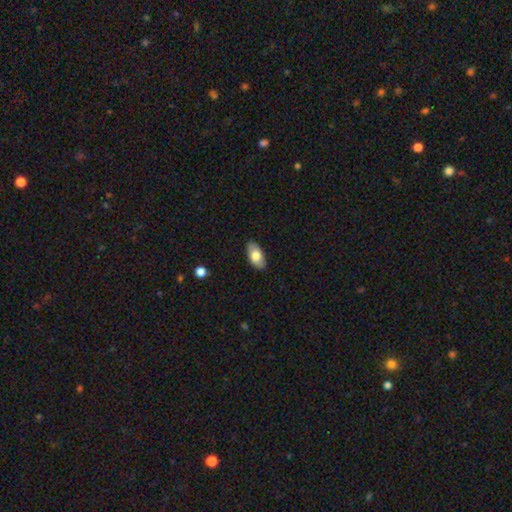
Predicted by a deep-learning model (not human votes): This is likely a smooth galaxy (76%). How rounded: clearly in between (93%). Merging: clearly none (87%).